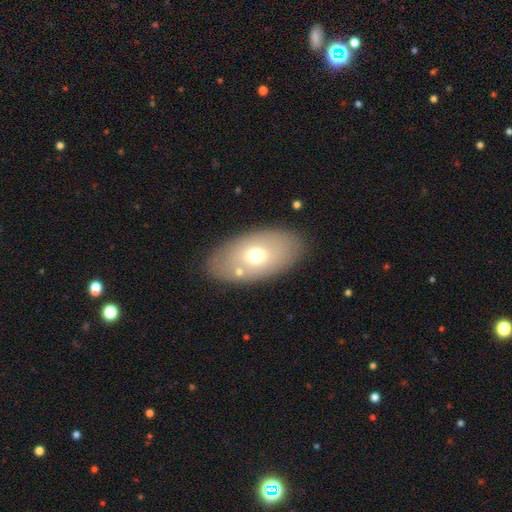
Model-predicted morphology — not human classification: Smooth or featured? smooth (63%)
How rounded? in between (91%)
Merging? none (81%)